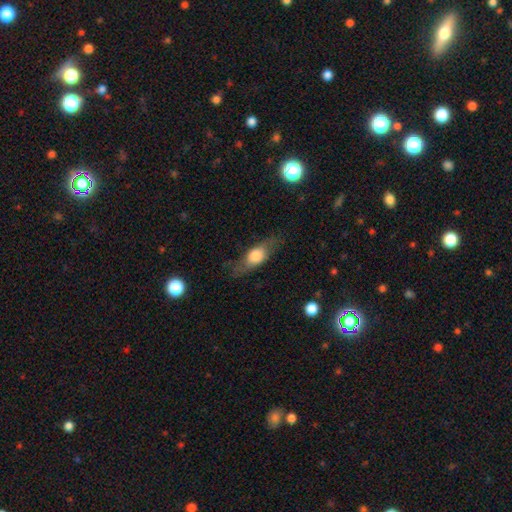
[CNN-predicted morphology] Smooth or featured? Predicted: smooth (p=0.54). How rounded? Predicted: in between (p=0.58). Merging? Predicted: none (p=0.72).